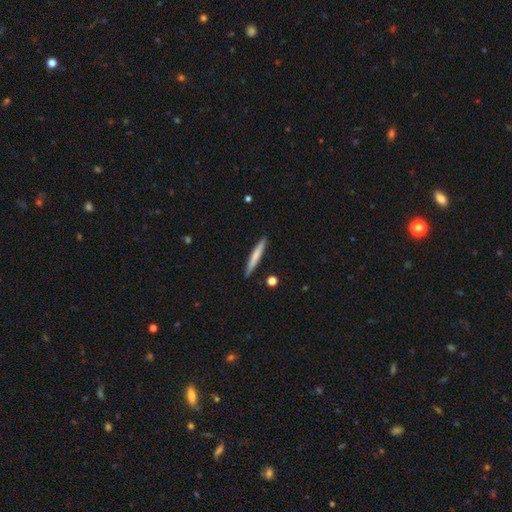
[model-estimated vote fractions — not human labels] Smooth or featured: smooth — 67% (featured or disk — 28%)
How rounded: cigar-shaped — 96% (in between — 3%)
Merging: none — 89% (minor disturbance — 8%)